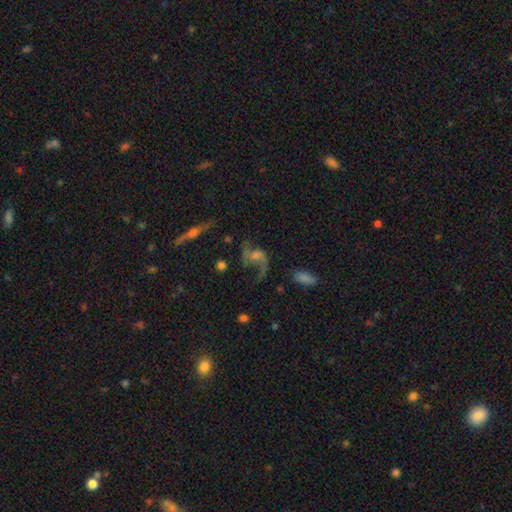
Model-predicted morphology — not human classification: This appears to be a featured or disk galaxy (80%) with no bar (54%), 2 (81%) loose (74%) spiral arms (91%) and a small central bulge (35%). Merging: none (55%).